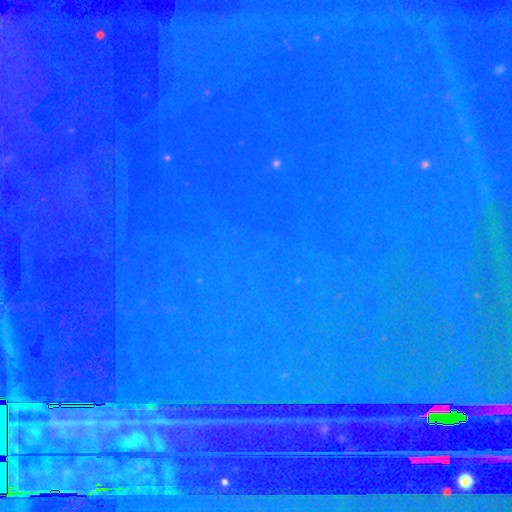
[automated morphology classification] smooth-or-featured: star or artifact: 83% | smooth: 9% | featured or disk: 8%